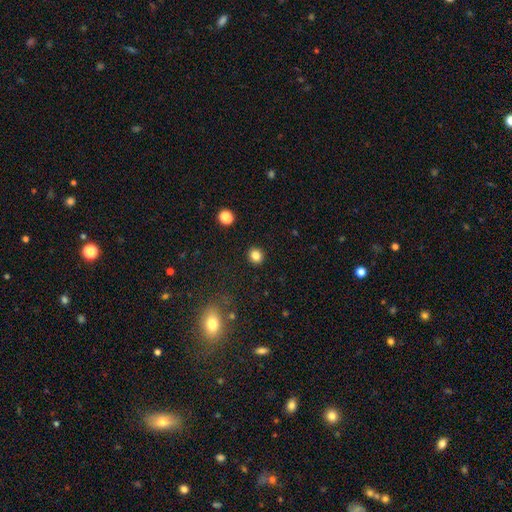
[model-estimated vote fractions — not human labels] Overall: smooth (83%). How rounded: round (81%). Merging: none (91%).